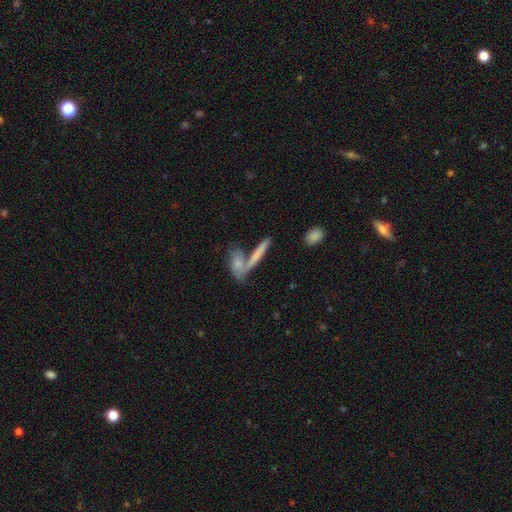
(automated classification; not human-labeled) Smooth or featured? smooth (56%)
How rounded? cigar-shaped (71%)
Merging? none (49%)